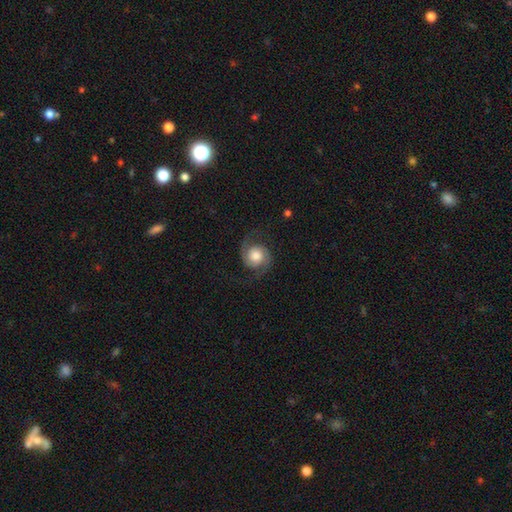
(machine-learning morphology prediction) smooth_or_featured: featured or disk (p=0.80) [alt: smooth p=0.14]
disk_edge_on: no (p=0.98) [alt: yes p=0.02]
bar: no (p=0.75) [alt: weak p=0.21]
has_spiral_arms: yes (p=0.97) [alt: no p=0.03]
spiral_winding: medium (p=0.46) [alt: loose p=0.34]
spiral_arm_count: 2 (p=0.94) [alt: can't tell p=0.02]
bulge_size: moderate (p=0.42) [alt: large p=0.38]
merging: none (p=0.77) [alt: minor disturbance p=0.13]